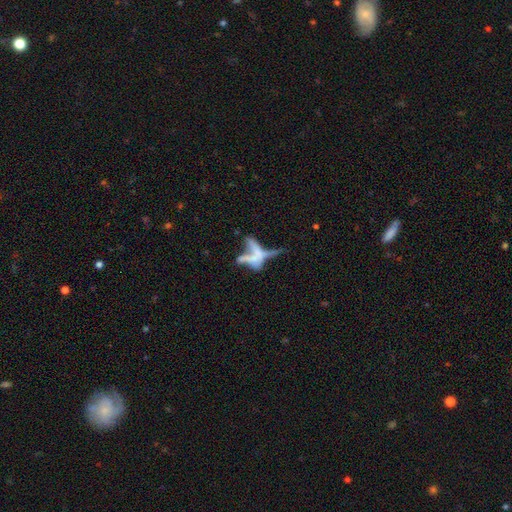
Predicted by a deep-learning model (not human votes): smooth-or-featured: featured or disk: 47% | smooth: 39% | star or artifact: 14%
  merging: merger: 54% | none: 22% | major disturbance: 15% | minor disturbance: 9%